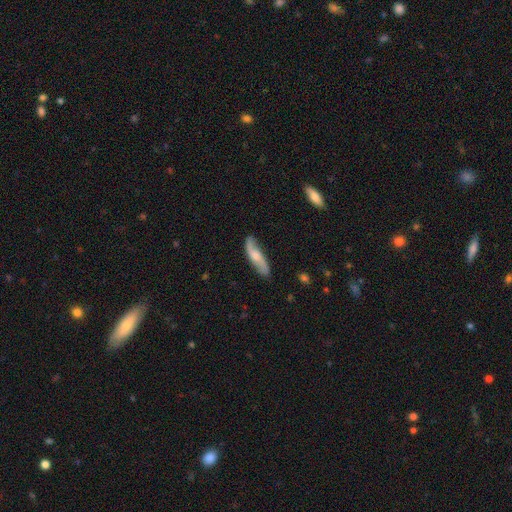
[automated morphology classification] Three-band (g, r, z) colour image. It shows a featured or disk galaxy (59%). Merging: none (77%).